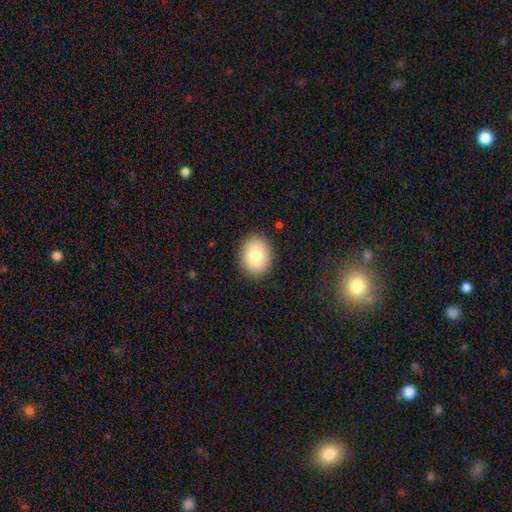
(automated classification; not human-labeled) This is clearly a smooth galaxy (81%). How rounded: likely in between (67%). Merging: clearly none (87%).